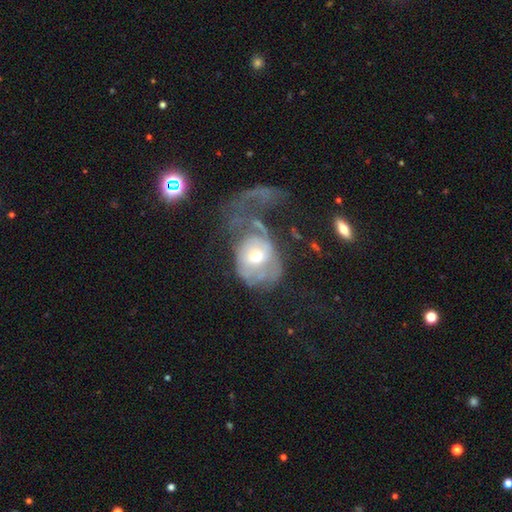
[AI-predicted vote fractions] A featured or disk galaxy (55%) with no bar (78%), no spiral arms (60%) and a moderate central bulge (60%). Merging: major disturbance (64%).